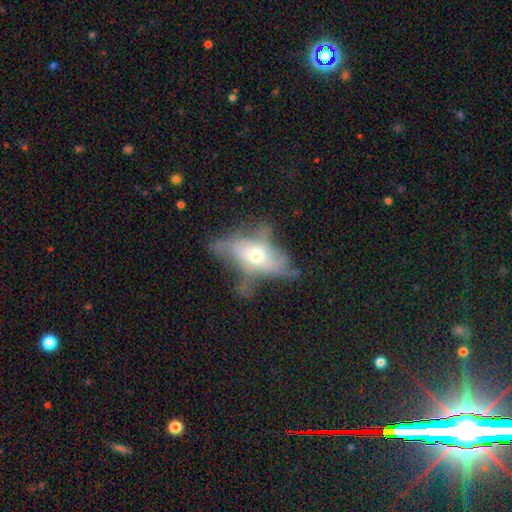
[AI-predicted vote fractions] Smooth or featured: featured or disk — 56% (smooth — 35%)
Edge-on disk: no — 75% (yes — 25%)
Merging: major disturbance — 40% (none — 29%)